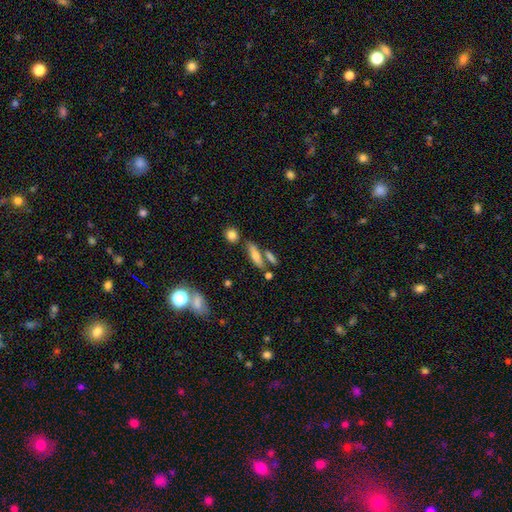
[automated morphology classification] A smooth galaxy with no disk features (63%) that is cigar-shaped (61%). Merging: none (65%).